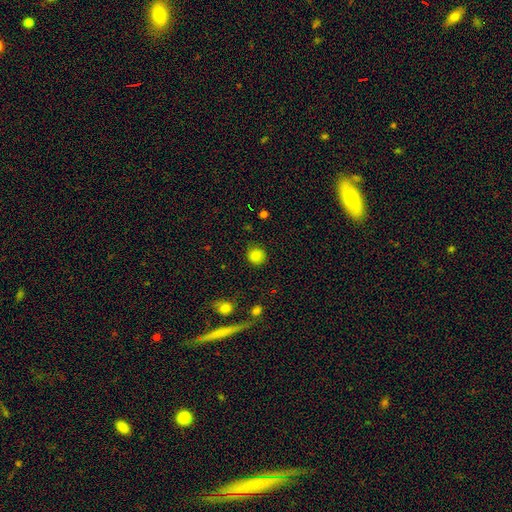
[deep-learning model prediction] smooth 84%, star or artifact 11%, featured or disk 5%. Down the decision tree: how rounded — round (90%); merging — none (87%).